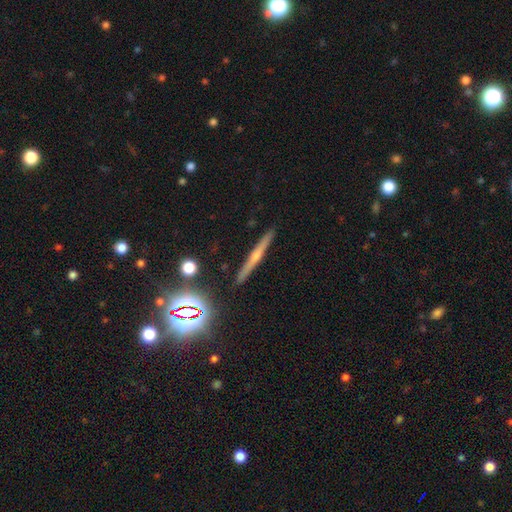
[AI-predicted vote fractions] Smooth or featured?
  - featured or disk: 55% *
  - star or artifact: 24%
  - smooth: 21%
Edge-on disk?
  - yes: 94% *
  - no: 6%
Edge-on bulge?
  - rounded: 76% *
  - none: 17%
  - boxy: 6%
Merging?
  - none: 89% *
  - minor disturbance: 7%
  - merger: 2%
  - major disturbance: 2%